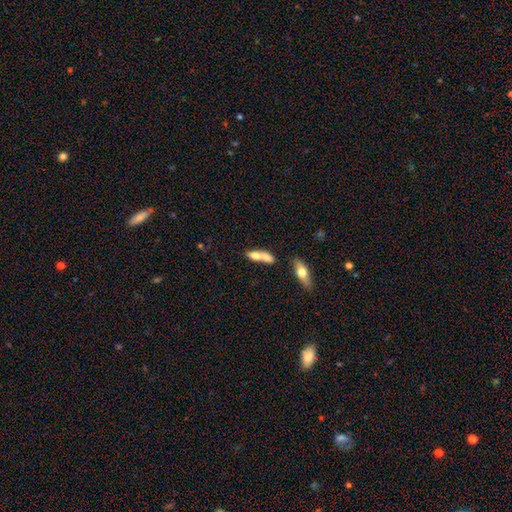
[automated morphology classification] Q: Smooth or featured?
A: smooth (66%); runner-up: featured or disk (26%)
Q: How rounded?
A: in between (62%); runner-up: cigar-shaped (29%)
Q: Merging?
A: merger (64%); runner-up: none (22%)